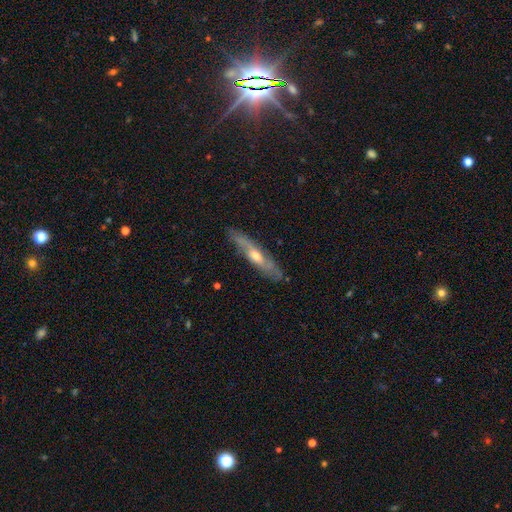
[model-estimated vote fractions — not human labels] A featured or disk galaxy (61%) viewed edge-on (64%). Merging: none (78%).